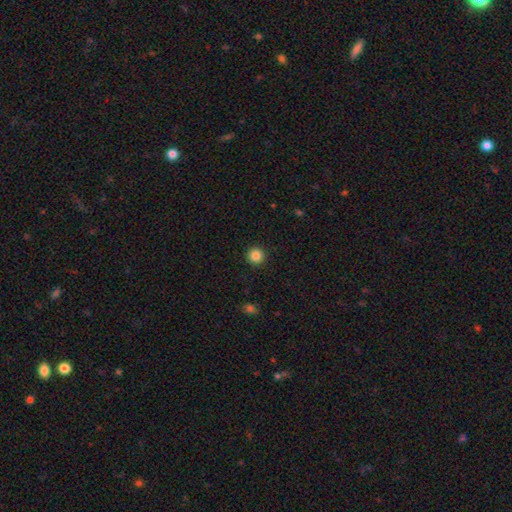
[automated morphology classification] Smooth or featured? Predicted: smooth (p=0.85). How rounded? Predicted: round (p=0.96). Merging? Predicted: none (p=0.93).